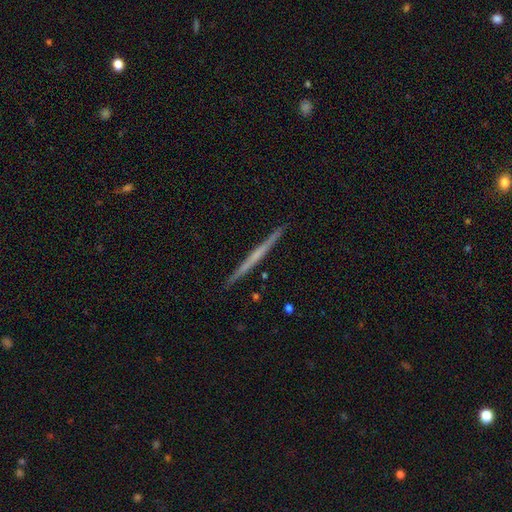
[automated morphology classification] type=featured or disk (61%); edge-on=yes (98%); edge-on bulge=none (84%); merging=none (93%).